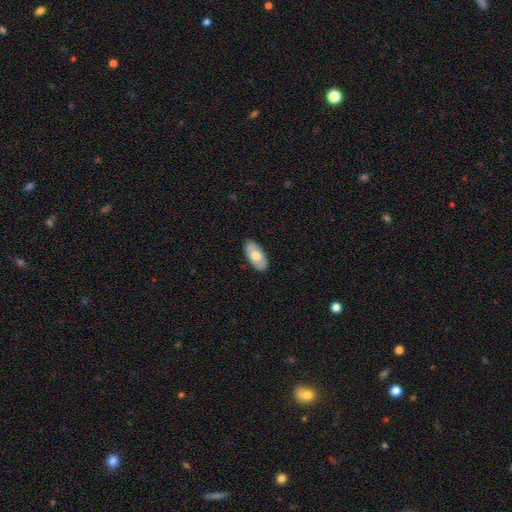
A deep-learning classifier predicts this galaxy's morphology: Overall: smooth (66%; featured or disk 28%). How rounded: in between (94%). Merging: none (87%).